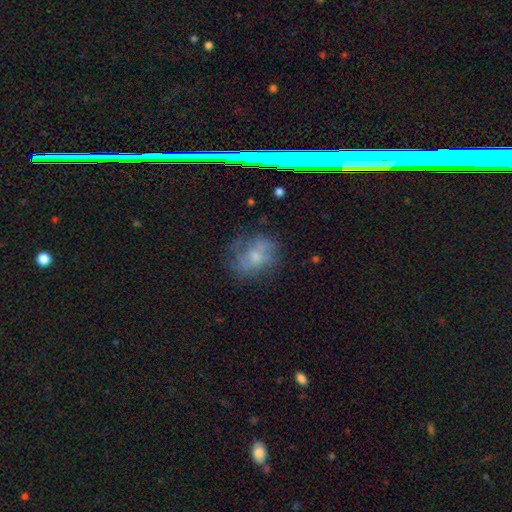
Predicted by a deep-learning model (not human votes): smooth 47%, featured or disk 37%, star or artifact 16%. Down the decision tree: merging — none (59%).